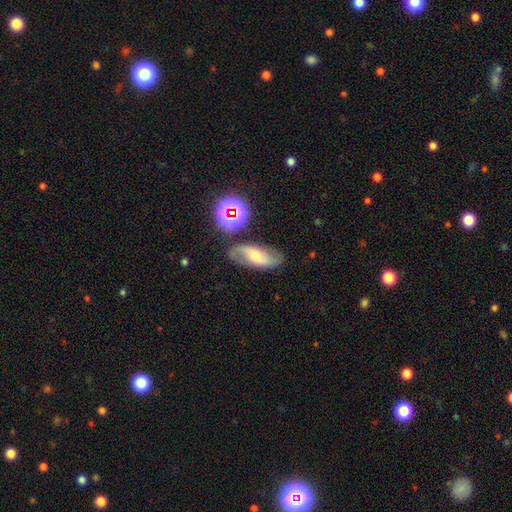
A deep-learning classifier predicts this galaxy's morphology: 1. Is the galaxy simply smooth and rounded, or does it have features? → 62% featured or disk, 24% smooth, 14% star or artifact.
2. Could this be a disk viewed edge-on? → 91% no, 9% yes.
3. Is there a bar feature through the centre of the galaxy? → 41% weak, 37% no, 22% strong.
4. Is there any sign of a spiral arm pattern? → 91% yes, 9% no.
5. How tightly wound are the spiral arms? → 49% loose, 37% medium, 14% tight.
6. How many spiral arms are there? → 86% 2, 7% can't tell, 4% 1, 1% 3, 1% 4, 1% more than 4.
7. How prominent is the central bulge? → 41% moderate, 39% small, 9% large, 9% none, 2% dominant.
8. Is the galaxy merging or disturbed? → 73% none, 16% minor disturbance, 6% major disturbance, 5% merger.